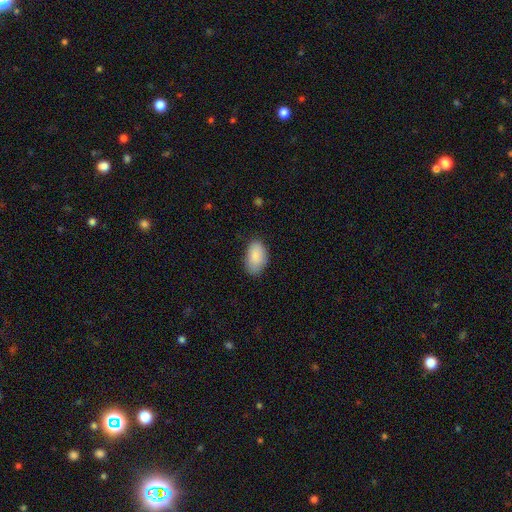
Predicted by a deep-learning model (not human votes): smooth 88%, star or artifact 6%, featured or disk 6%. Down the decision tree: how rounded — in between (94%); merging — none (78%).